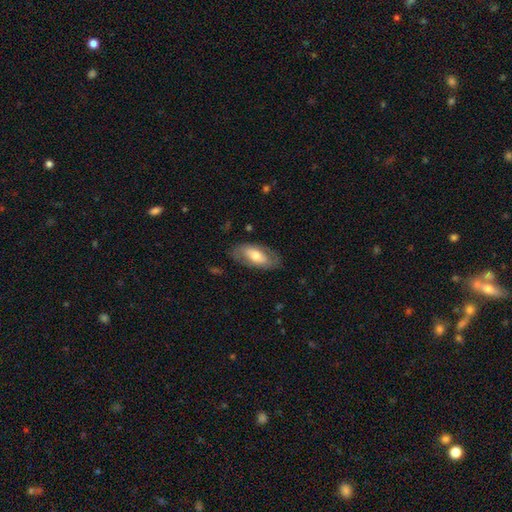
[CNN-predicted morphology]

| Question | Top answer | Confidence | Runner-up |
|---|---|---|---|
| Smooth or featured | smooth | 51% | featured or disk (43%) |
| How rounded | in between | 90% | cigar-shaped (6%) |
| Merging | none | 78% | minor disturbance (15%) |